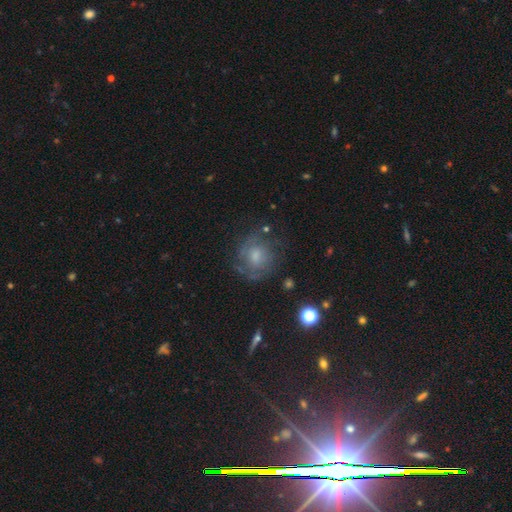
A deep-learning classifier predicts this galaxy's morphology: A featured or disk galaxy (48%). Merging: none (67%).